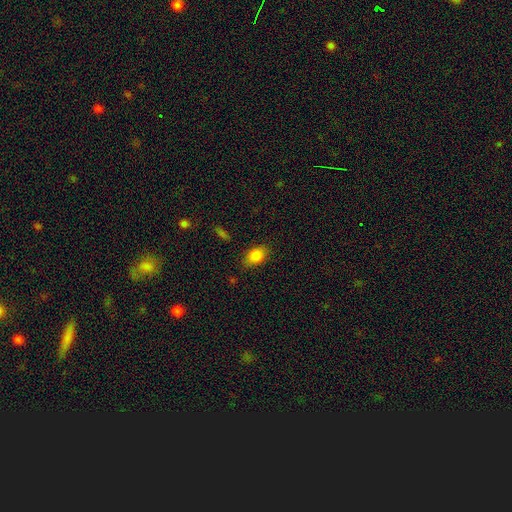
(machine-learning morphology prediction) Q: Smooth or featured?
A: smooth (83%); runner-up: star or artifact (10%)
Q: How rounded?
A: in between (81%); runner-up: round (18%)
Q: Merging?
A: none (81%); runner-up: minor disturbance (14%)